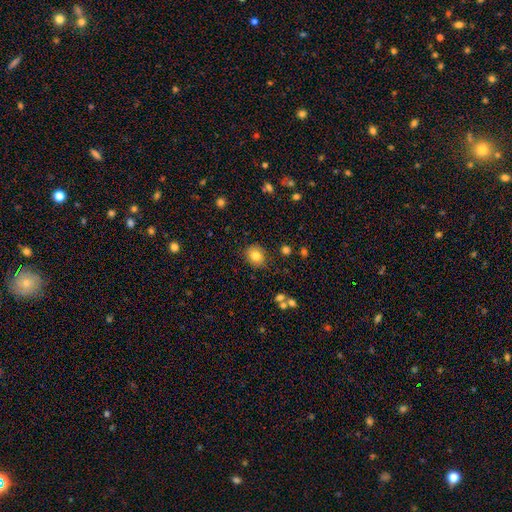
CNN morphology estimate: The model was most divided on "how rounded": round: 70%, in between: 29%, cigar-shaped: 1%. More confident: merging — none (85%); smooth or featured — smooth (81%).